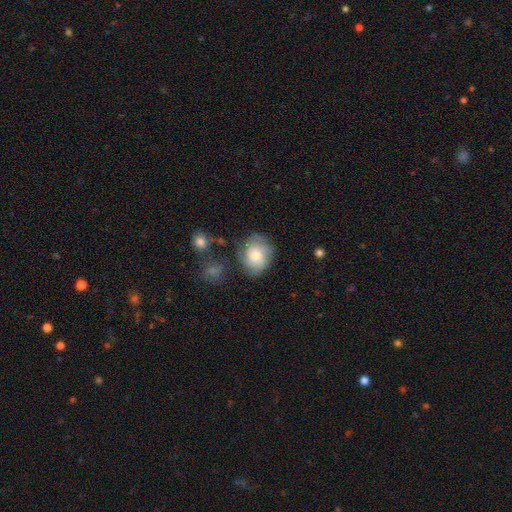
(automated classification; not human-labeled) This is possibly a smooth galaxy (56%). How rounded: possibly round (57%). Merging: likely none (64%).